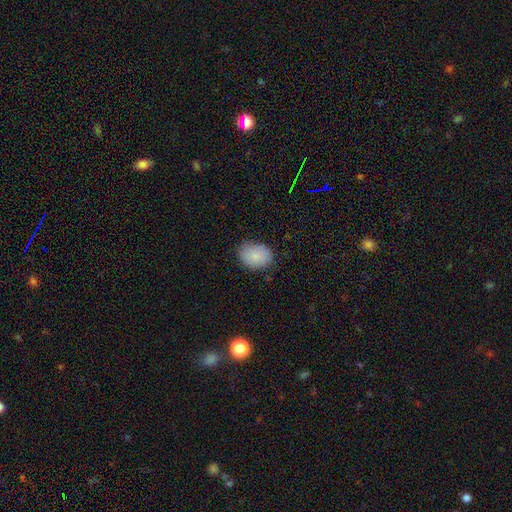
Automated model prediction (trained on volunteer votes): This appears to be a smooth galaxy with no disk features (87%) that is in between round and cigar-shaped (64%). Merging: none (78%).